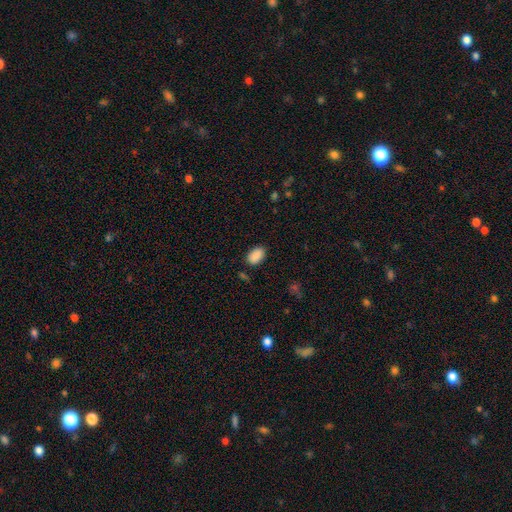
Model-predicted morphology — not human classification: Q: Smooth or featured?
A: smooth (89%); runner-up: star or artifact (8%)
Q: How rounded?
A: in between (91%); runner-up: round (8%)
Q: Merging?
A: none (83%); runner-up: minor disturbance (12%)